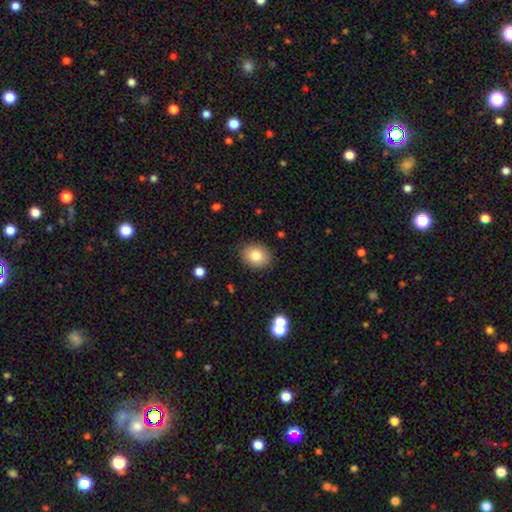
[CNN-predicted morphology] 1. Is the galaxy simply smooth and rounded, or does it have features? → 80% smooth, 11% featured or disk, 9% star or artifact.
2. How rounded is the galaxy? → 57% round, 43% in between, 1% cigar-shaped.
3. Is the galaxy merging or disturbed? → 88% none, 9% minor disturbance, 2% major disturbance, 1% merger.